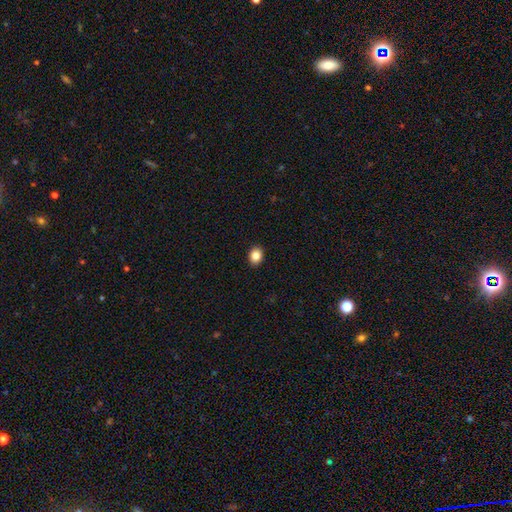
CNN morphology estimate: A smooth galaxy with no disk features (85%) that is in between round and cigar-shaped (59%).

Vote fractions:
- Smooth or featured? smooth: 85% / star or artifact: 9% / featured or disk: 6%
- How rounded? in between: 59% / round: 40% / cigar-shaped: 1%
- Merging? none: 91% / minor disturbance: 7% / major disturbance: 2% / merger: 1%